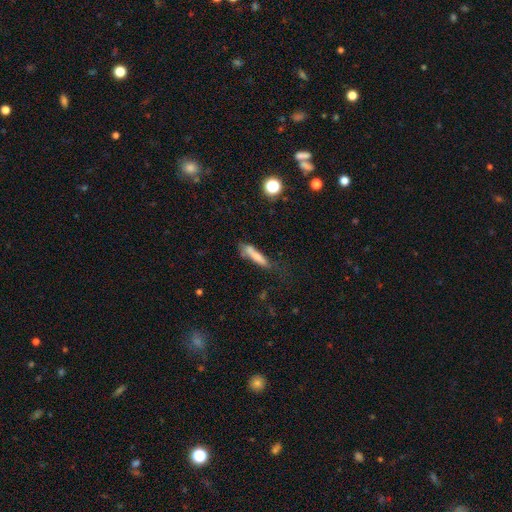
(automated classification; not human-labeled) Smooth or featured?
  - smooth: 71% *
  - featured or disk: 20%
  - star or artifact: 9%
How rounded?
  - cigar-shaped: 81% *
  - in between: 17%
  - round: 2%
Merging?
  - none: 49% *
  - minor disturbance: 26%
  - major disturbance: 14%
  - merger: 11%